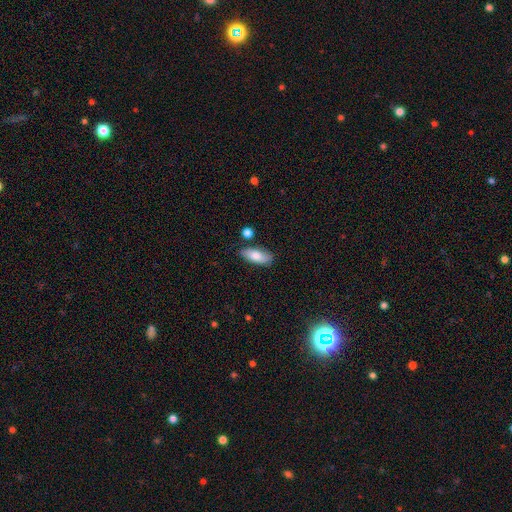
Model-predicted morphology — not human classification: Smooth or featured: smooth — 79% (featured or disk — 14%)
How rounded: in between — 81% (cigar-shaped — 16%)
Merging: none — 79% (minor disturbance — 14%)